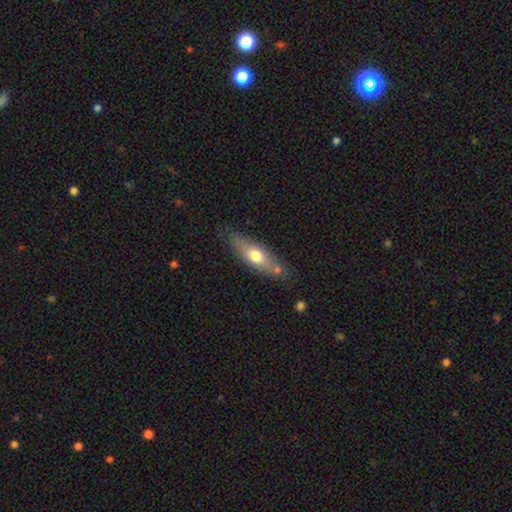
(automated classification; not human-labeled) smooth-or-featured: smooth: 61% | featured or disk: 33% | star or artifact: 6%
  how-rounded: in between: 54% | cigar-shaped: 43% | round: 3%
  merging: none: 74% | minor disturbance: 16% | merger: 6% | major disturbance: 4%